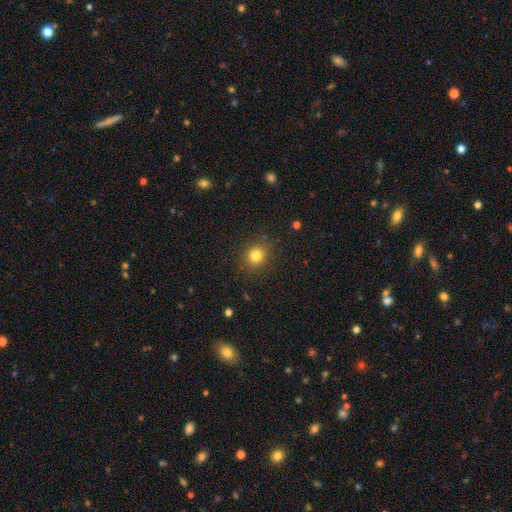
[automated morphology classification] The model was most divided on "how rounded": round: 81%, in between: 18%, cigar-shaped: 1%. More confident: merging — none (87%); smooth or featured — smooth (82%).